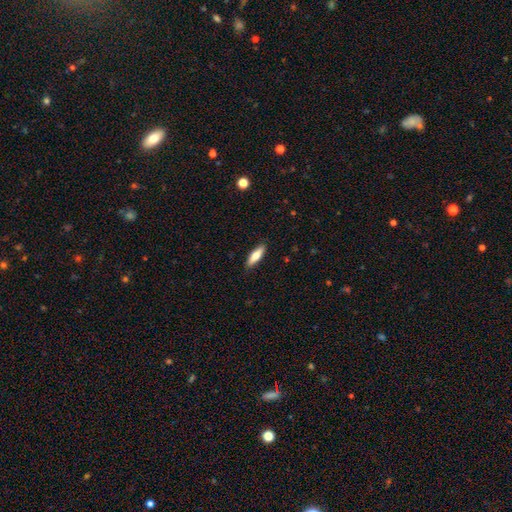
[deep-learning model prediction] Smooth or featured? smooth (72%)
How rounded? cigar-shaped (50%)
Merging? none (88%)